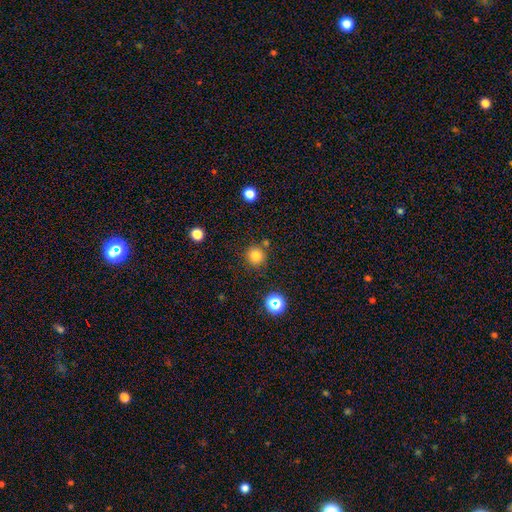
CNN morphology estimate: Smooth or featured? Predicted: smooth (p=0.81). How rounded? Predicted: round (p=0.94). Merging? Predicted: none (p=0.82).